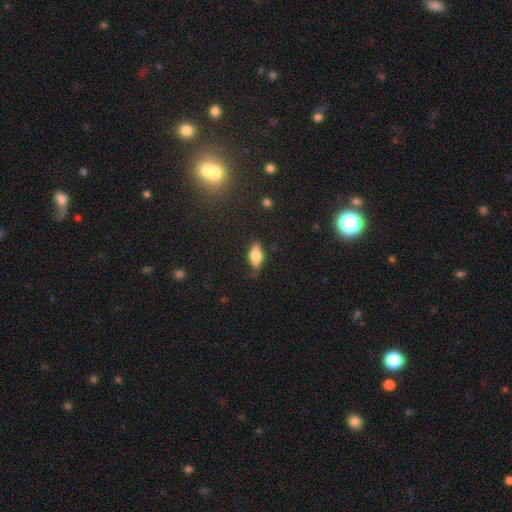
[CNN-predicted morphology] smooth-or-featured: smooth: 75% | featured or disk: 18% | star or artifact: 7%
  how-rounded: in between: 83% | cigar-shaped: 13% | round: 3%
  merging: none: 73% | minor disturbance: 21% | major disturbance: 5% | merger: 2%